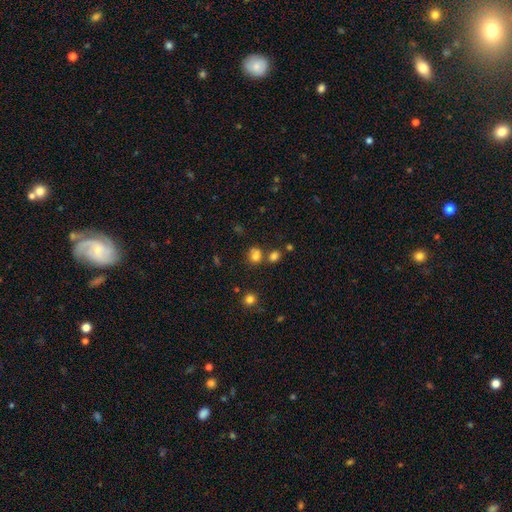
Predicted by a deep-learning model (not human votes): Smooth or featured? smooth (75%)
How rounded? round (70%)
Merging? none (54%)